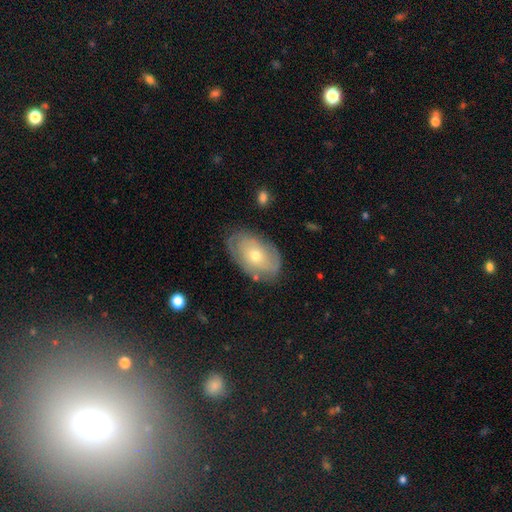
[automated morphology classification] smooth-or-featured: featured or disk: 57% | smooth: 33% | star or artifact: 9%
  disk-edge-on: no: 92% | yes: 8%
    bar: no: 80% | weak: 16% | strong: 4%
    has-spiral-arms: yes: 67% | no: 33%
    bulge-size: moderate: 53% | small: 43% | large: 2% | none: 1% | dominant: 1%
  merging: none: 76% | minor disturbance: 18% | major disturbance: 5% | merger: 1%